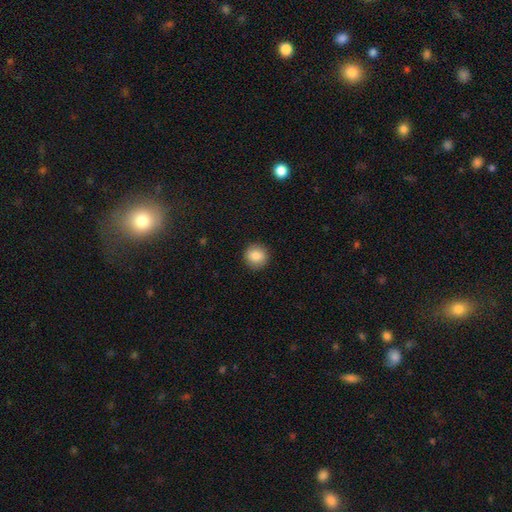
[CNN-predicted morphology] smooth_or_featured: smooth (p=0.85) [alt: star or artifact p=0.09]
how_rounded: round (p=0.92) [alt: in between p=0.07]
merging: none (p=0.91) [alt: minor disturbance p=0.06]